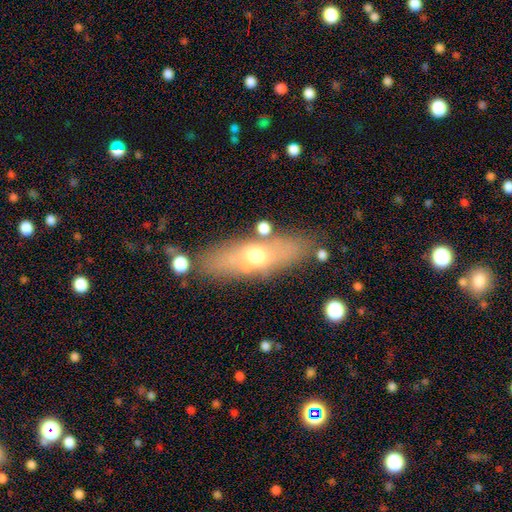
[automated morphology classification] This is possibly a smooth galaxy (51%). How rounded: possibly in between (52%). Merging: likely none (75%).